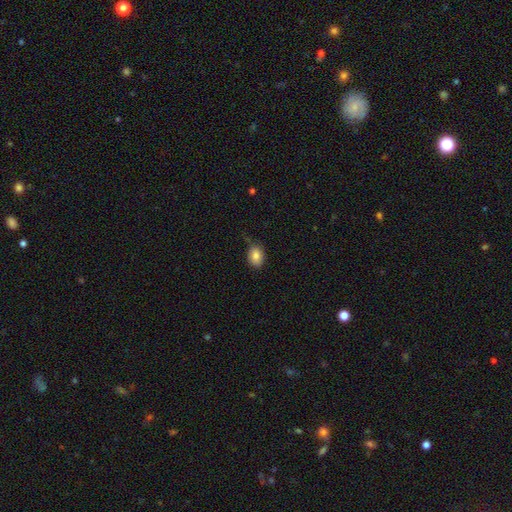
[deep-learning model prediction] Smooth or featured?
  - smooth: 85% *
  - star or artifact: 8%
  - featured or disk: 7%
How rounded?
  - in between: 70% *
  - round: 29%
  - cigar-shaped: 1%
Merging?
  - none: 73% *
  - minor disturbance: 21%
  - major disturbance: 4%
  - merger: 2%